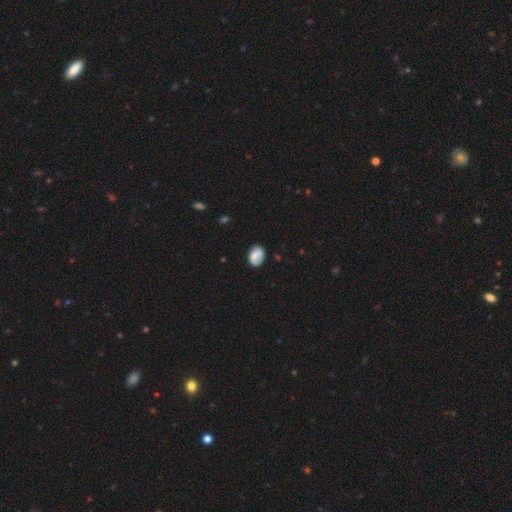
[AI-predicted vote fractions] The model was most divided on "how rounded": in between: 72%, round: 26%, cigar-shaped: 1%. More confident: merging — none (75%); smooth or featured — smooth (72%).